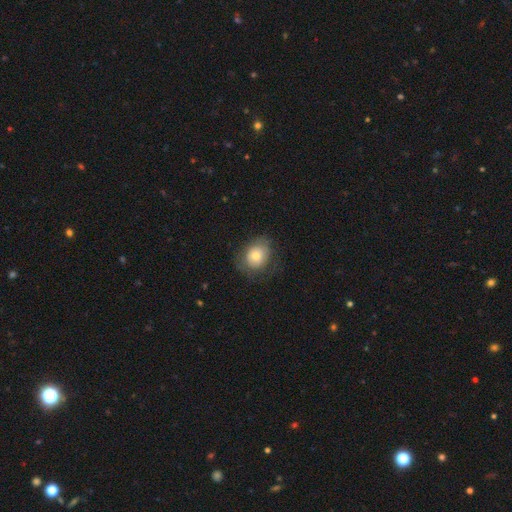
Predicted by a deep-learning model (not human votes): smooth 69%, featured or disk 22%, star or artifact 9%. Down the decision tree: how rounded — round (54%); merging — none (69%).